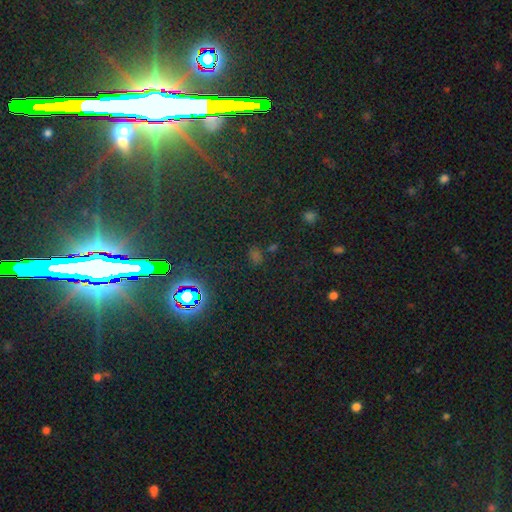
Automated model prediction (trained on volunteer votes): smooth-or-featured: star or artifact: 66% | smooth: 25% | featured or disk: 9%